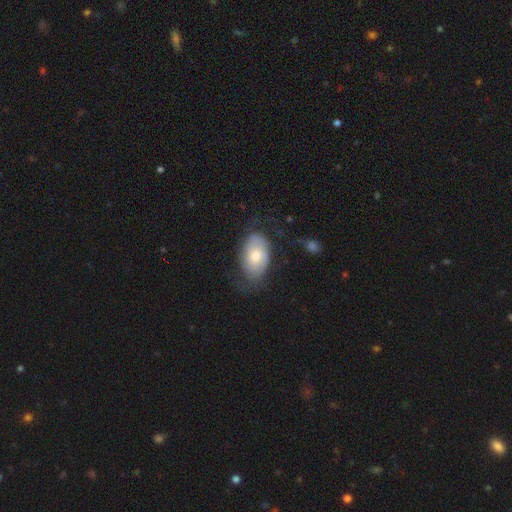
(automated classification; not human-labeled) Q: Smooth or featured?
A: smooth (59%); runner-up: featured or disk (35%)
Q: How rounded?
A: in between (91%); runner-up: round (7%)
Q: Merging?
A: none (59%); runner-up: minor disturbance (26%)